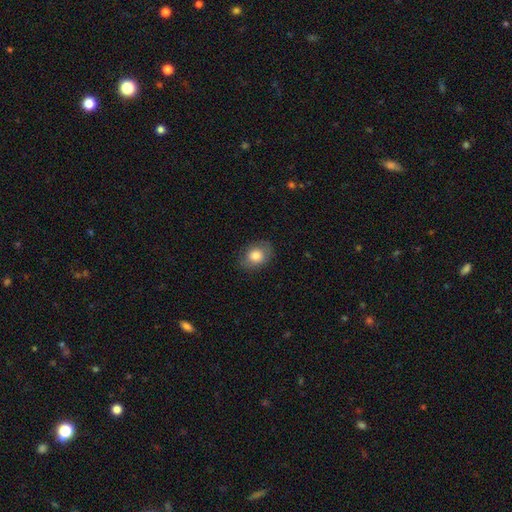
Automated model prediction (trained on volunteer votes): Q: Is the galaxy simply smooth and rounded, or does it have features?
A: smooth — 80%.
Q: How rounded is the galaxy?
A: in between — 59%.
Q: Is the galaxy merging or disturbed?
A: none — 80%.